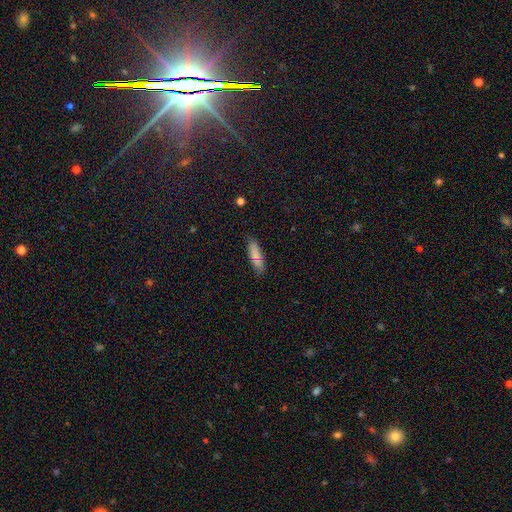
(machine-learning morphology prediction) This appears to be a smooth galaxy with no disk features (81%) that is cigar-shaped (56%). Merging: none (80%).